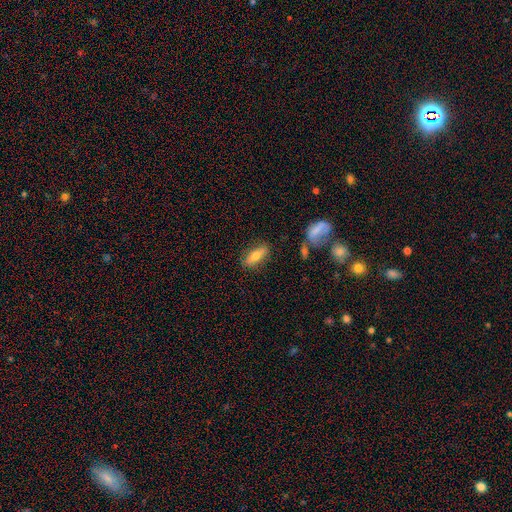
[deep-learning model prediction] smooth-or-featured: smooth: 66% | featured or disk: 27% | star or artifact: 8%
  how-rounded: in between: 68% | cigar-shaped: 28% | round: 4%
  merging: none: 80% | minor disturbance: 13% | merger: 4% | major disturbance: 3%